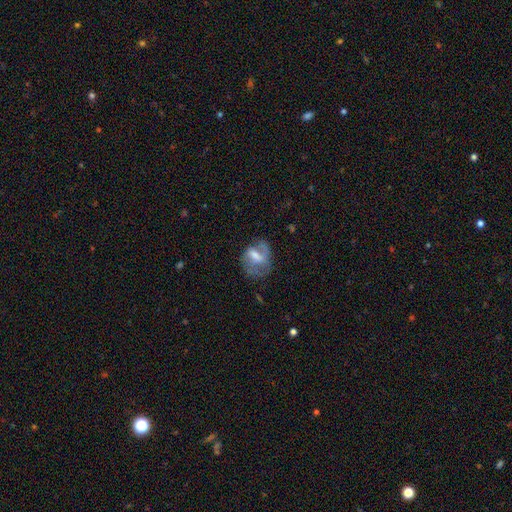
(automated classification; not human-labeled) Smooth or featured? Predicted: featured or disk (p=0.56). Edge-on disk? Predicted: no (p=0.96). Bar? Predicted: weak (p=0.48). Spiral arms? Predicted: yes (p=0.63). Bulge size? Predicted: moderate (p=0.44). Merging? Predicted: none (p=0.45).